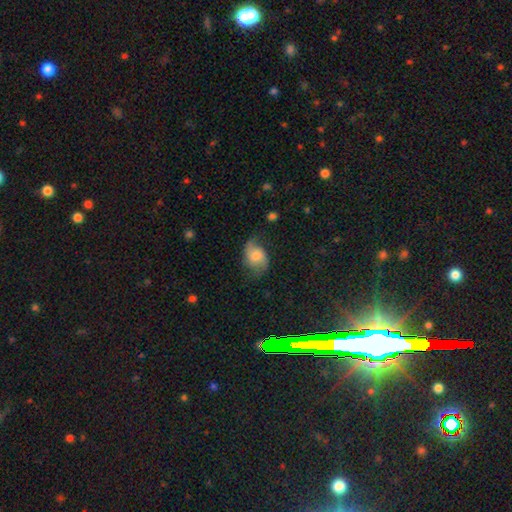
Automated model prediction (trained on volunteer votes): Smooth or featured? Predicted: smooth (p=0.51). How rounded? Predicted: in between (p=0.73). Merging? Predicted: none (p=0.55).